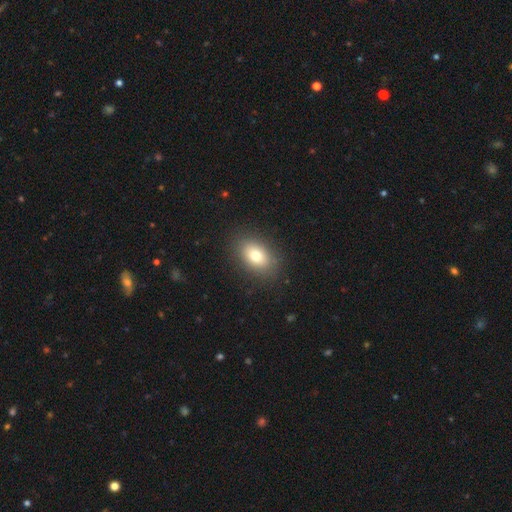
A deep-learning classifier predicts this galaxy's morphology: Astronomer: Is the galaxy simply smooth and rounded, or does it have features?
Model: smooth — 76%.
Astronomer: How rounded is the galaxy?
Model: in between — 80%.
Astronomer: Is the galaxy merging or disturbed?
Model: none — 86%.